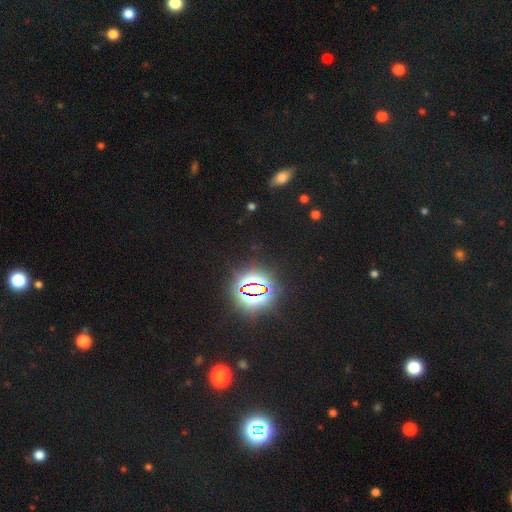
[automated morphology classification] smooth_or_featured: star or artifact (p=0.80) [alt: smooth p=0.13]